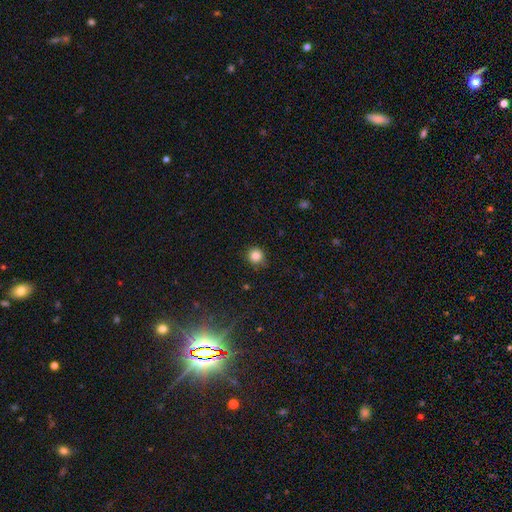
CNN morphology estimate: smooth 85%, star or artifact 11%, featured or disk 4%. Down the decision tree: how rounded — round (93%); merging — none (85%).